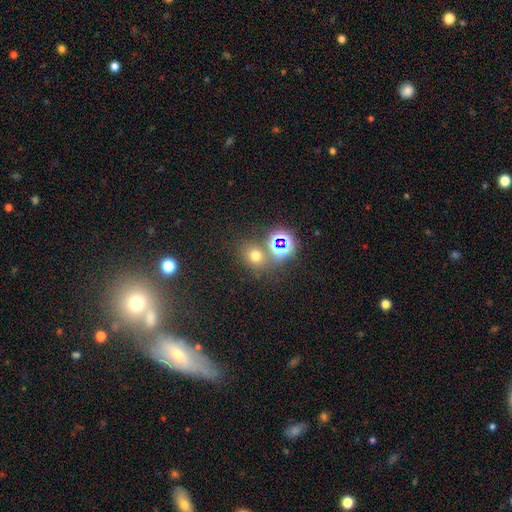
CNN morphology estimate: smooth_or_featured: smooth (p=0.59) [alt: star or artifact p=0.32]
how_rounded: round (p=0.67) [alt: in between p=0.32]
merging: none (p=0.67) [alt: merger p=0.19]